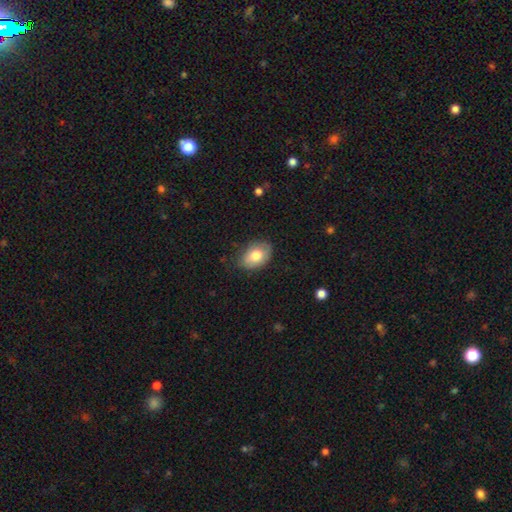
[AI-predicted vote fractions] Smooth or featured: smooth — 76% (featured or disk — 17%)
How rounded: in between — 85% (round — 14%)
Merging: none — 76% (minor disturbance — 20%)